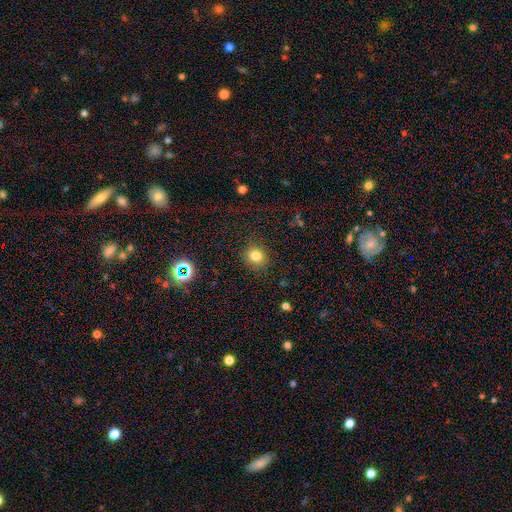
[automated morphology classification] A smooth galaxy with no disk features (78%) that is round (81%).

Vote fractions:
- Smooth or featured? smooth: 78% / star or artifact: 14% / featured or disk: 8%
- How rounded? round: 81% / in between: 18% / cigar-shaped: 1%
- Merging? none: 86% / minor disturbance: 10% / major disturbance: 3% / merger: 1%